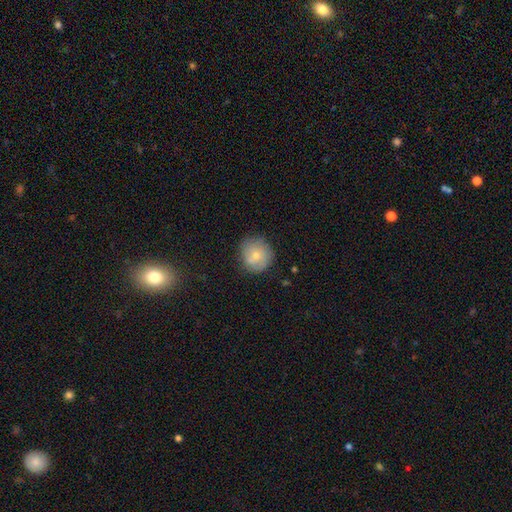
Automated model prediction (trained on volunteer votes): smooth-or-featured: smooth: 62% | featured or disk: 30% | star or artifact: 8%
  how-rounded: round: 89% | in between: 10% | cigar-shaped: 1%
  merging: none: 75% | minor disturbance: 18% | major disturbance: 5% | merger: 3%